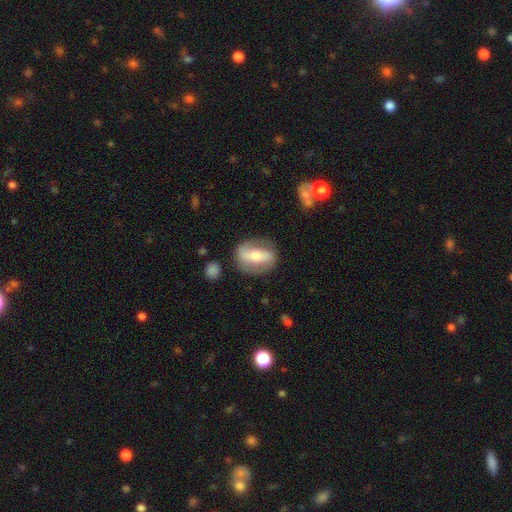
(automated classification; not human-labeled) Smooth or featured: featured or disk — 61% (smooth — 33%)
Edge-on disk: no — 85% (yes — 15%)
Bar: strong — 61% (weak — 20%)
Spiral arms: yes — 53% (no — 47%)
Bulge size: moderate — 56% (small — 34%)
Merging: none — 78% (minor disturbance — 14%)